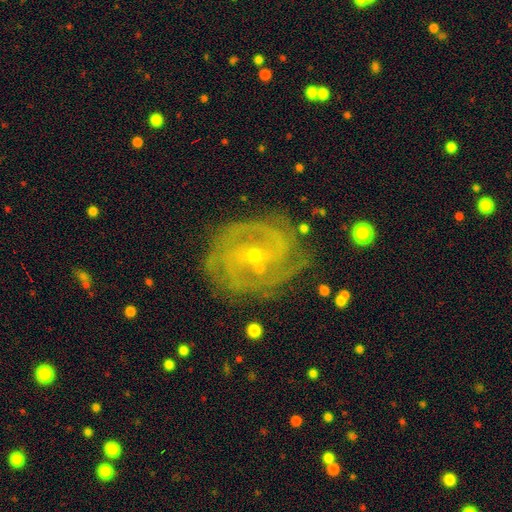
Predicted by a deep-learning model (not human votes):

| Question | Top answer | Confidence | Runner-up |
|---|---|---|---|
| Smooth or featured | featured or disk | 87% | star or artifact (7%) |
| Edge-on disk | no | 97% | yes (3%) |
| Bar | weak | 45% | no (36%) |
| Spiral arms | yes | 97% | no (3%) |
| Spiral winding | tight | 61% | medium (32%) |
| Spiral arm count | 2 | 34% | can't tell (21%) |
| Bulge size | small | 77% | moderate (20%) |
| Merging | none | 78% | minor disturbance (15%) |